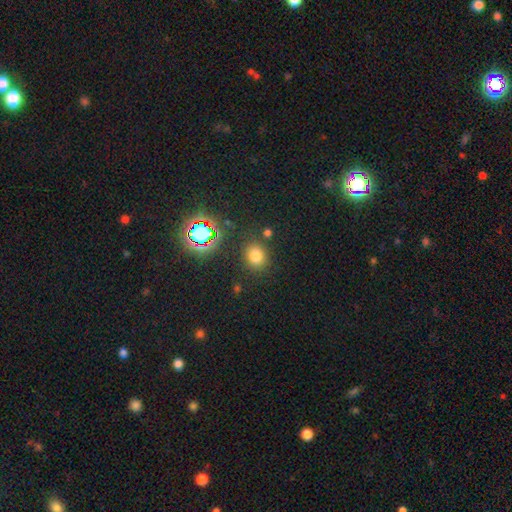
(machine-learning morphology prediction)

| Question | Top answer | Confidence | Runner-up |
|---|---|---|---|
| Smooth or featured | smooth | 74% | star or artifact (20%) |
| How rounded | round | 73% | in between (26%) |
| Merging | none | 83% | minor disturbance (9%) |